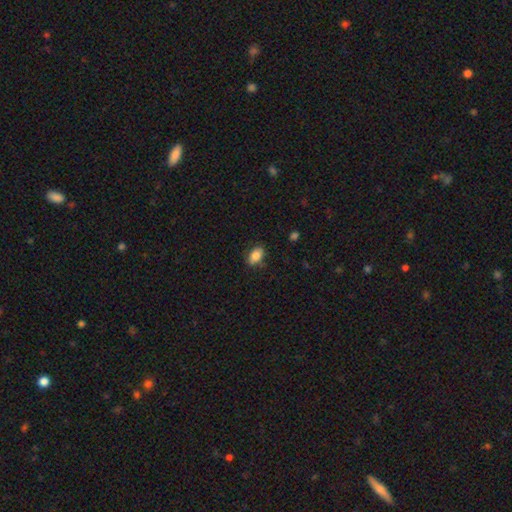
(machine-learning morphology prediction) Smooth or featured: smooth — 85% (star or artifact — 8%)
How rounded: in between — 89% (round — 9%)
Merging: none — 82% (minor disturbance — 14%)